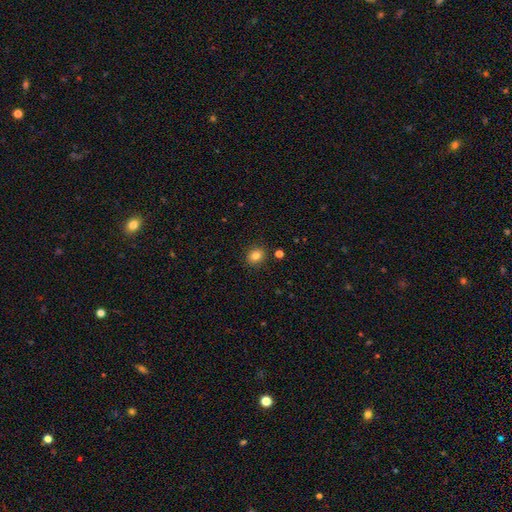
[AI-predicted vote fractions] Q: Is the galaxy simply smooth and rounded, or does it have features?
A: smooth — 83%.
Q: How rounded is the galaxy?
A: round — 56%.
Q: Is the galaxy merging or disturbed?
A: none — 87%.